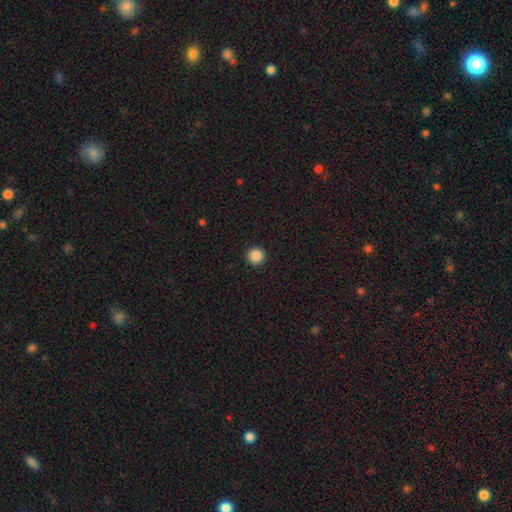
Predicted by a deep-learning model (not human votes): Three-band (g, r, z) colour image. It shows a smooth galaxy with no disk features (88%) that is round (96%). Merging: none (93%).